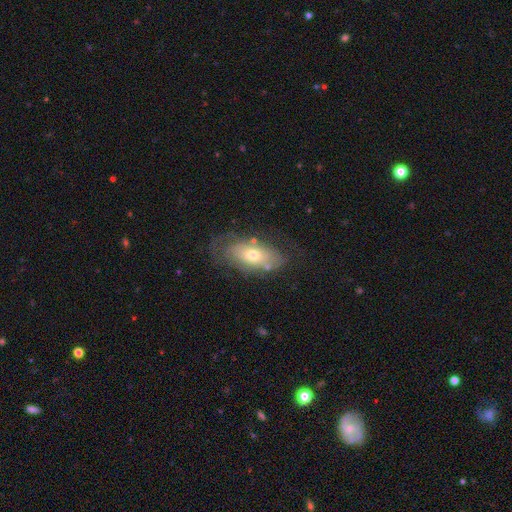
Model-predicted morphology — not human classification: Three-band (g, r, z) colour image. It shows a featured or disk galaxy (47%). Merging: none (60%).